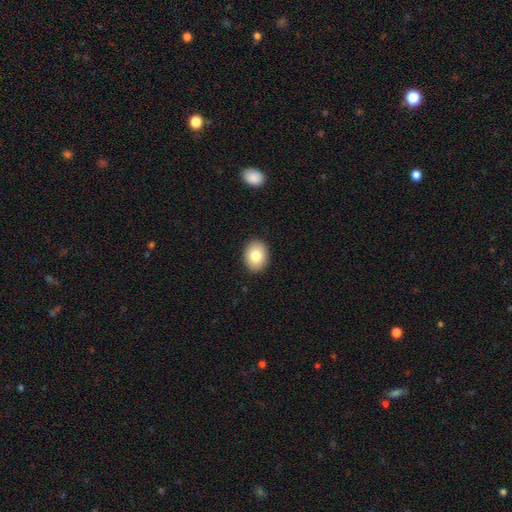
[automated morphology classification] smooth 81%, featured or disk 11%, star or artifact 8%. Down the decision tree: how rounded — in between (58%); merging — none (90%).